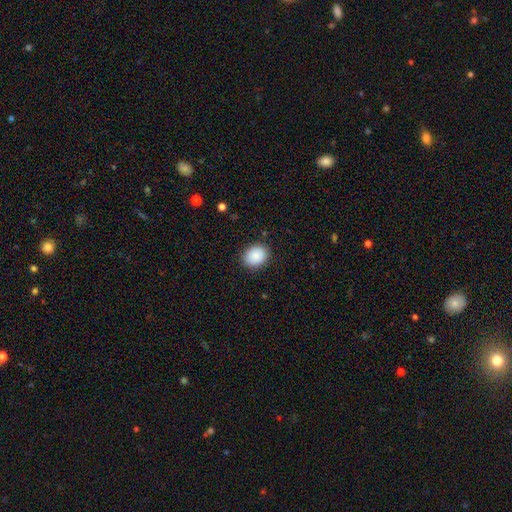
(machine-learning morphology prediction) Smooth or featured? Predicted: smooth (p=0.88). How rounded? Predicted: in between (p=0.54). Merging? Predicted: none (p=0.88).